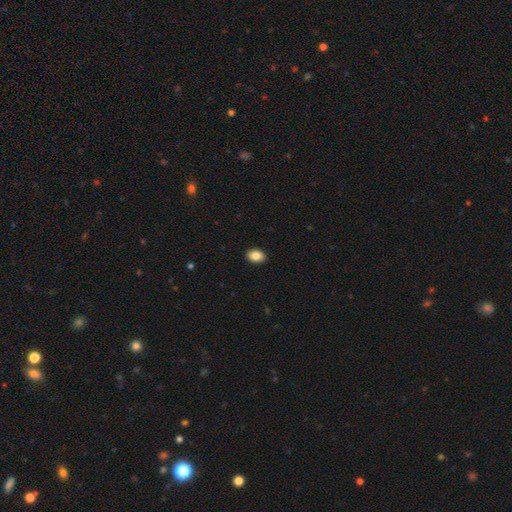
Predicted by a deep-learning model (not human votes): Morphology: type=smooth (87%); roundness=in between (81%); merging=none (91%).